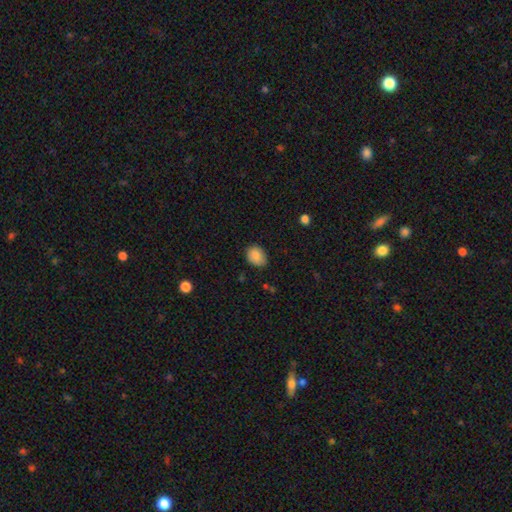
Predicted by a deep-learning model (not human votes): This is clearly a smooth galaxy (87%). How rounded: likely in between (62%). Merging: clearly none (81%).